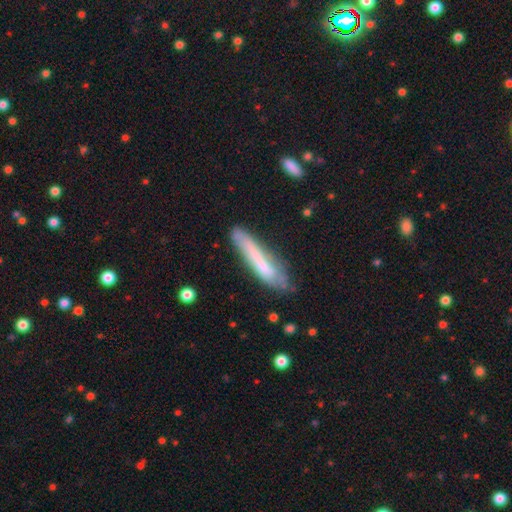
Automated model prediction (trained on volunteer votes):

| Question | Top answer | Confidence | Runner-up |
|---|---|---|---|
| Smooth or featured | smooth | 53% | featured or disk (35%) |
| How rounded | cigar-shaped | 88% | in between (10%) |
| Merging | none | 71% | minor disturbance (21%) |